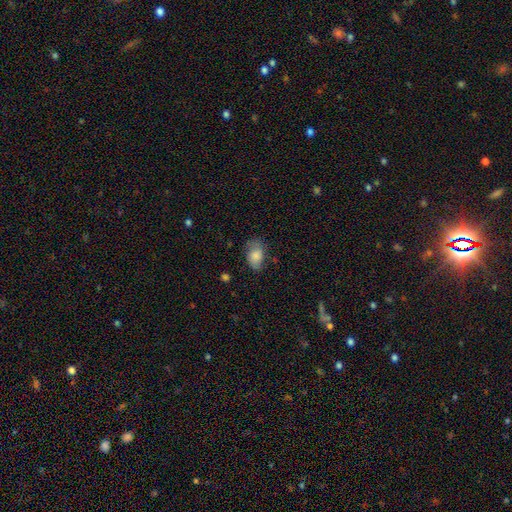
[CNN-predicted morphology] This appears to be a smooth galaxy with no disk features (74%) that is in between round and cigar-shaped (84%). Merging: none (59%).